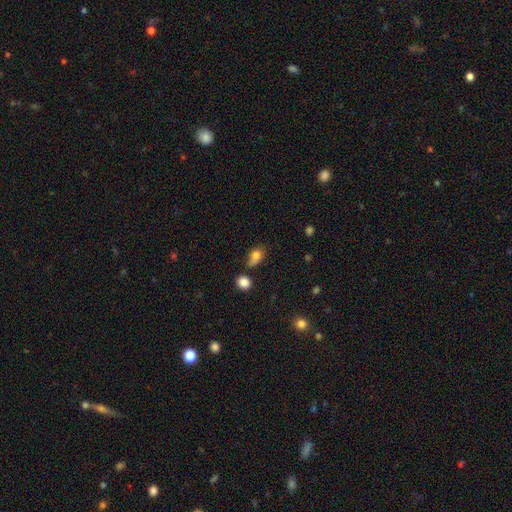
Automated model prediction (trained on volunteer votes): Morphology: type=smooth (76%); roundness=in between (68%); merging=none (43%).